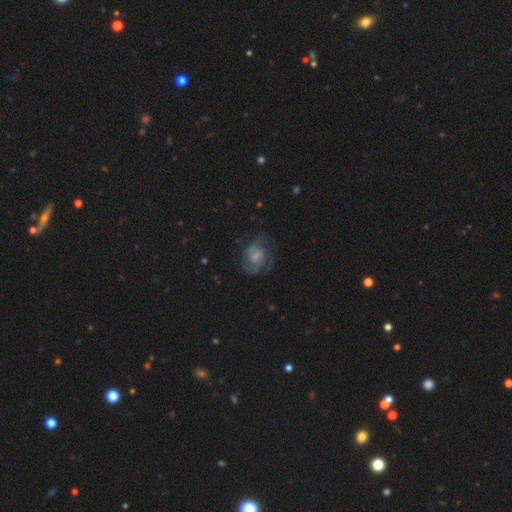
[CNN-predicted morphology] featured or disk 79%, smooth 14%, star or artifact 7%. Down the decision tree: edge-on disk — no (98%); bar — weak (49%); spiral arms — yes (92%); spiral arm count — 2 (54%); spiral winding — medium (53%); bulge size — small (48%); merging — none (63%).